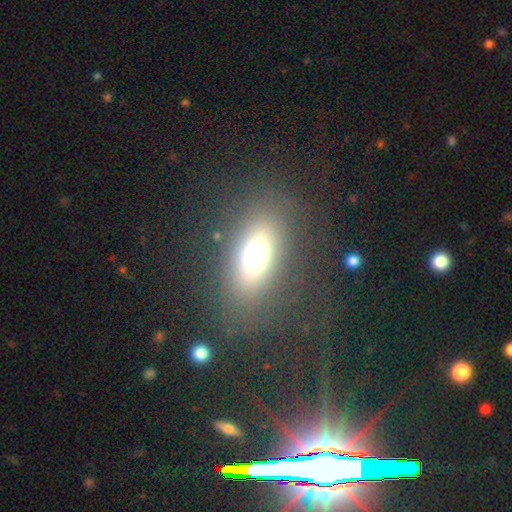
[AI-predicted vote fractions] smooth 62%, featured or disk 19%, star or artifact 18%. Down the decision tree: how rounded — in between (75%); merging — none (81%).